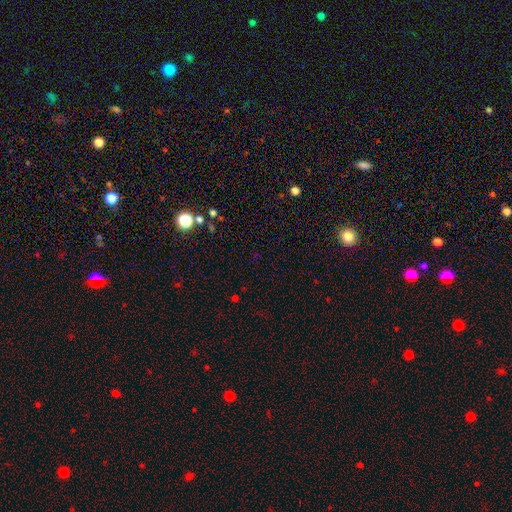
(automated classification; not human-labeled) smooth_or_featured: star or artifact (p=0.66) [alt: smooth p=0.26]